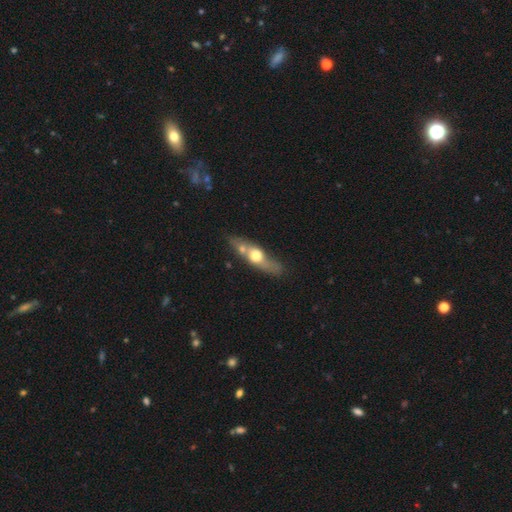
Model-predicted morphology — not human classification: featured or disk 52%, smooth 42%, star or artifact 6%. Down the decision tree: edge-on disk — yes (66%); merging — none (53%).